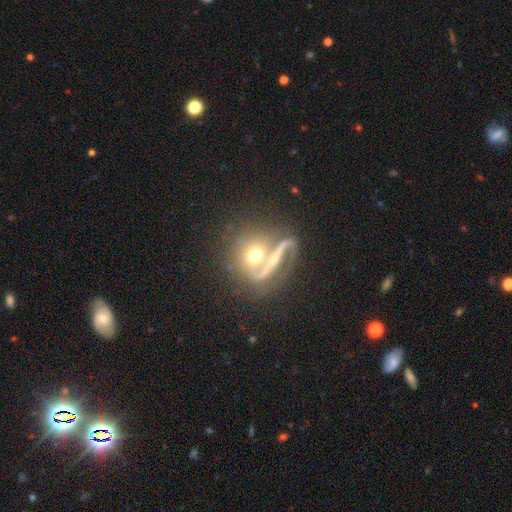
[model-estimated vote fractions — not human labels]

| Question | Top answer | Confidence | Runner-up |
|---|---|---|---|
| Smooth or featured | featured or disk | 57% | smooth (34%) |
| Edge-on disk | no | 78% | yes (22%) |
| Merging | merger | 46% | none (35%) |